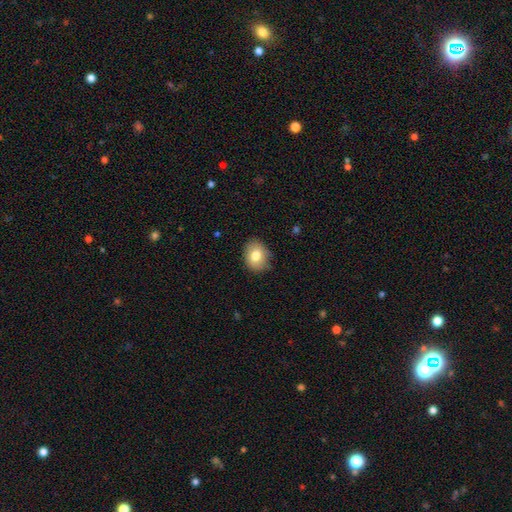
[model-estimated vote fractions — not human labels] Smooth or featured? Predicted: smooth (p=0.79). How rounded? Predicted: in between (p=0.52). Merging? Predicted: none (p=0.82).